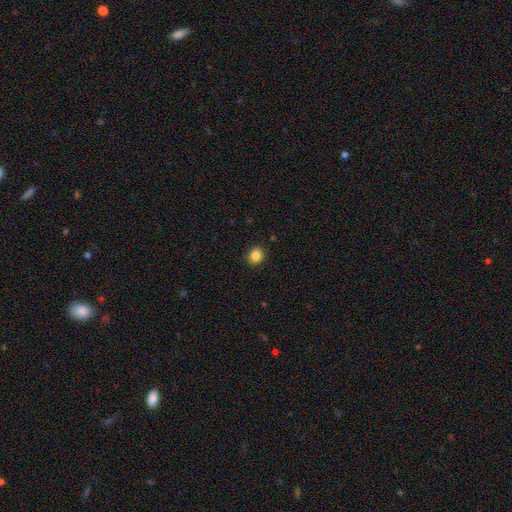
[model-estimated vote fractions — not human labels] smooth 85%, star or artifact 10%, featured or disk 5%. Down the decision tree: how rounded — round (80%); merging — none (91%).